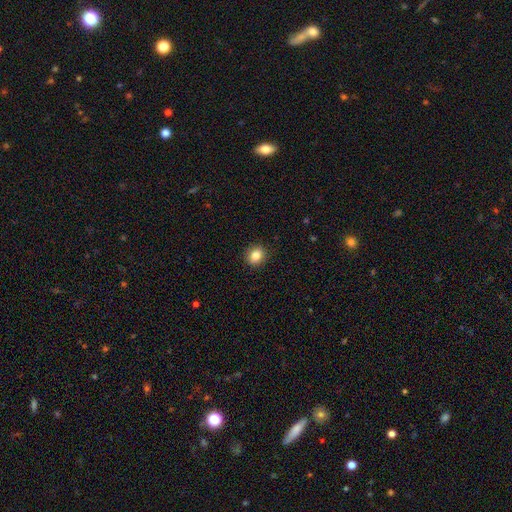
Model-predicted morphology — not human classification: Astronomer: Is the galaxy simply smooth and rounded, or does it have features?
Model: smooth — 83%.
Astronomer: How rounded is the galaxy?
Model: round — 70%.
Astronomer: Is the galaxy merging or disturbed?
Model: none — 91%.